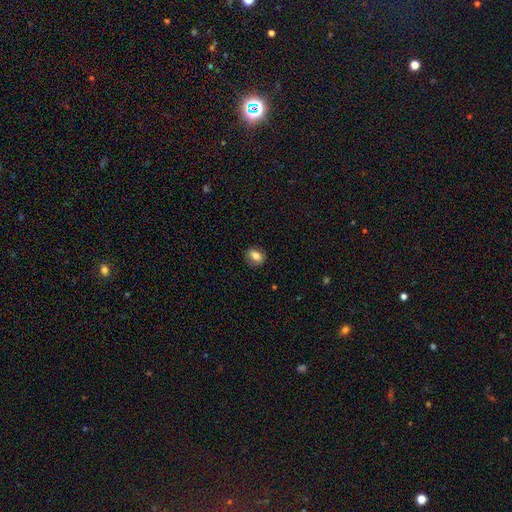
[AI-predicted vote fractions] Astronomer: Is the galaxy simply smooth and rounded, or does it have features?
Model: smooth — 78%.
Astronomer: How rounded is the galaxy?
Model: in between — 60% (runner-up: round, 38%).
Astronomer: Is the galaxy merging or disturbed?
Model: none — 84%.